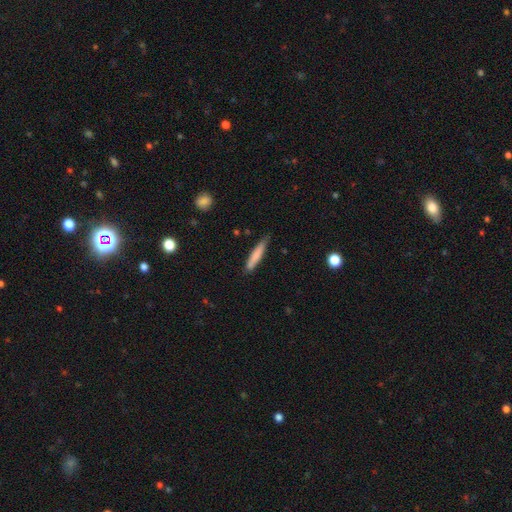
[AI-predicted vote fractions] Morphology: type=smooth (75%); roundness=cigar-shaped (91%); merging=none (75%).